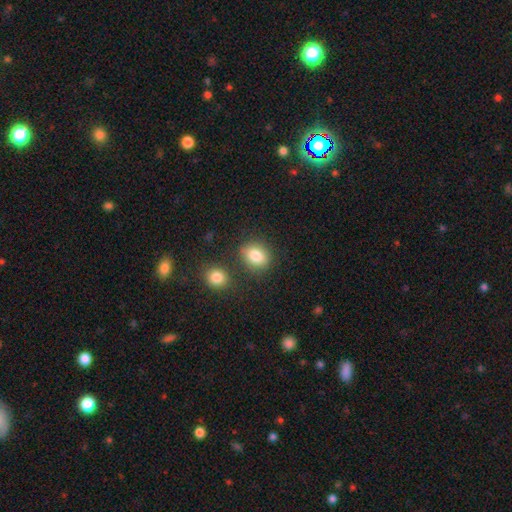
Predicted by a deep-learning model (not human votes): This is clearly a smooth galaxy (84%). How rounded: possibly in between (50%). Merging: likely none (75%).